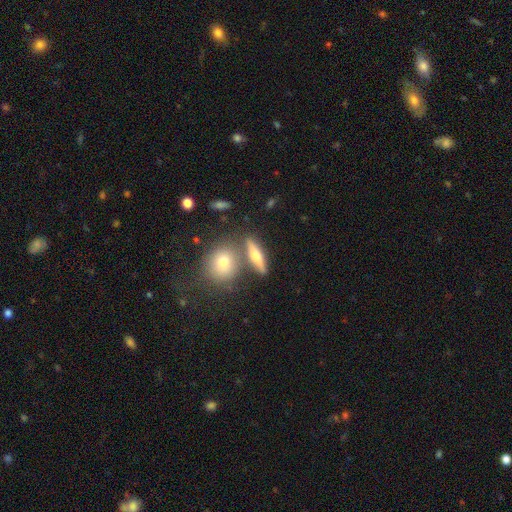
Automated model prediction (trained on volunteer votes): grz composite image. It shows a featured or disk galaxy (46%). Merging: none (72%).